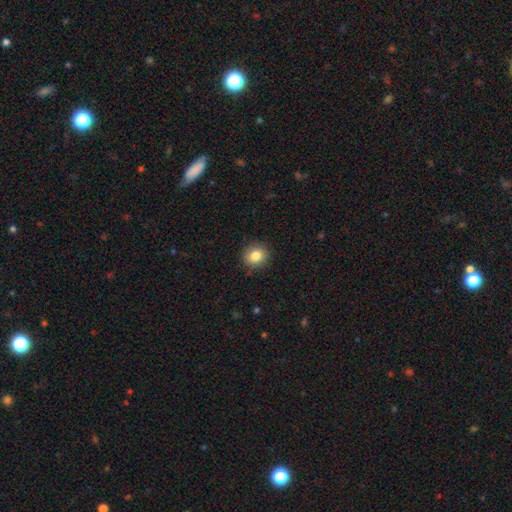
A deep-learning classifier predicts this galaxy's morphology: A smooth galaxy with no disk features (83%) that is round (81%).

Vote fractions:
- Smooth or featured? smooth: 83% / star or artifact: 10% / featured or disk: 7%
- How rounded? round: 81% / in between: 18% / cigar-shaped: 1%
- Merging? none: 88% / minor disturbance: 9% / major disturbance: 2% / merger: 1%